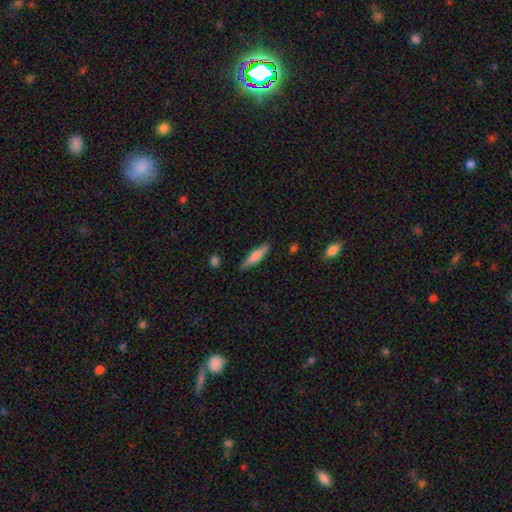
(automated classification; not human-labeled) Smooth or featured? smooth (63%)
How rounded? cigar-shaped (80%)
Merging? none (88%)